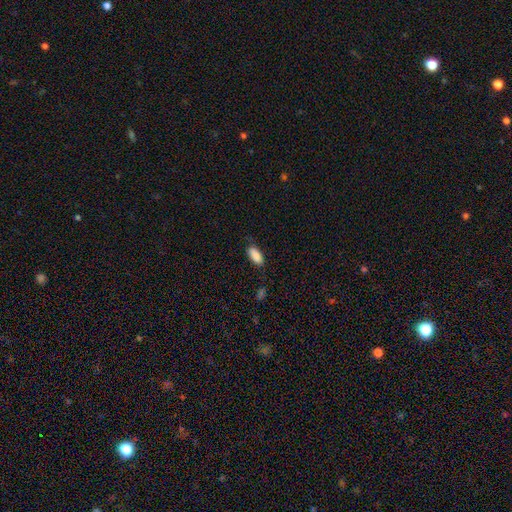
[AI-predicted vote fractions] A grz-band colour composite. It shows a smooth galaxy with no disk features (88%) that is in between round and cigar-shaped (87%). Merging: none (76%).